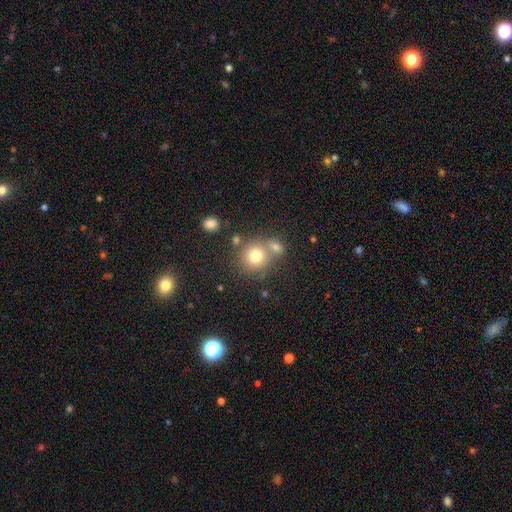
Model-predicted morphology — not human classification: Overall: smooth (76%). How rounded: round (86%). Merging: none (55%; merger 32%).